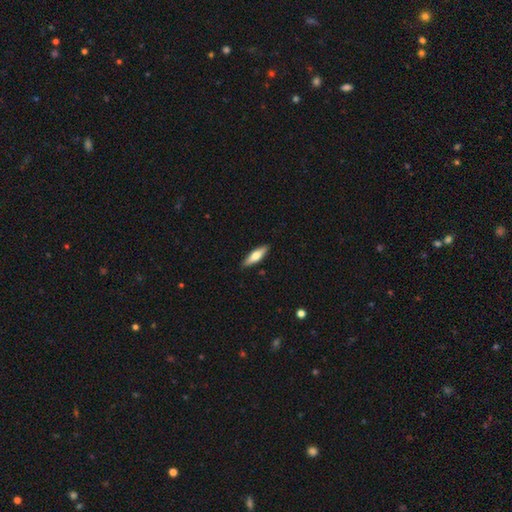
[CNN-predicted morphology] smooth 58%, featured or disk 36%, star or artifact 5%. Down the decision tree: how rounded — cigar-shaped (61%); merging — none (89%).